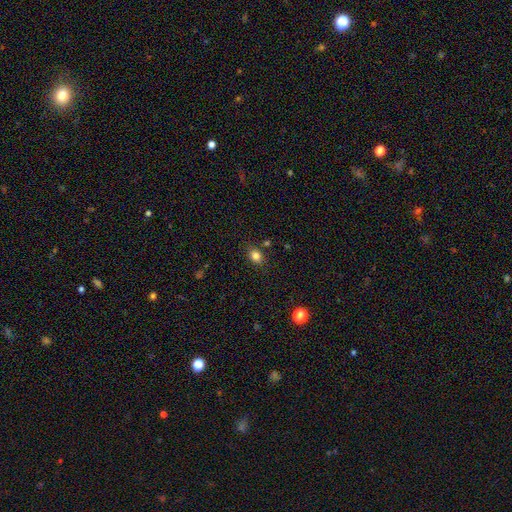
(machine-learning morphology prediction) Smooth or featured? smooth (82%)
How rounded? in between (59%)
Merging? none (81%)